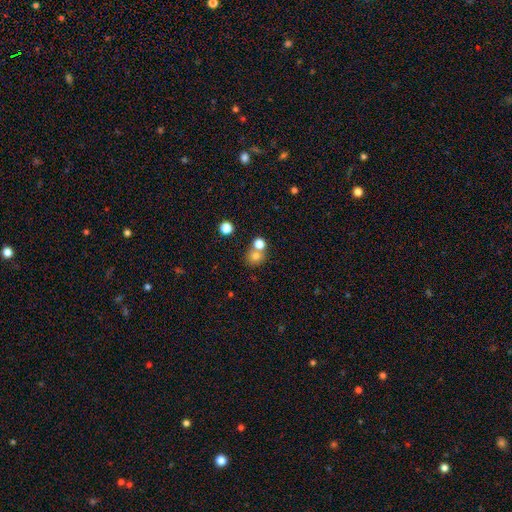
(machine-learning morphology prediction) The model was most divided on "merging": none: 47%, merger: 43%, minor disturbance: 7%, major disturbance: 3%. More confident: how rounded — round (81%); smooth or featured — smooth (75%).